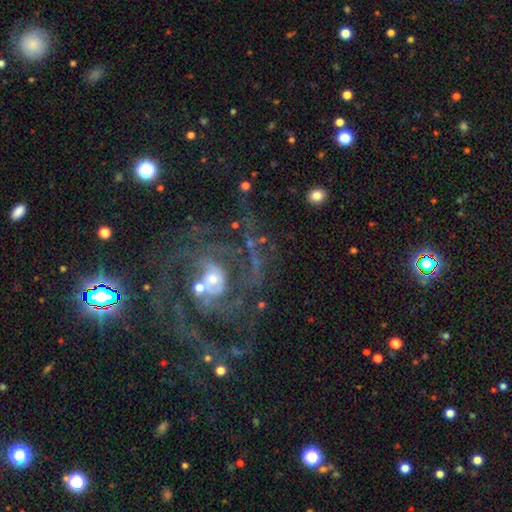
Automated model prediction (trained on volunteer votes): smooth_or_featured: featured or disk (p=0.79) [alt: star or artifact p=0.14]
disk_edge_on: no (p=0.97) [alt: yes p=0.03]
bar: no (p=0.45) [alt: weak p=0.38]
has_spiral_arms: yes (p=0.90) [alt: no p=0.10]
spiral_winding: tight (p=0.44) [alt: medium p=0.43]
spiral_arm_count: 2 (p=0.42) [alt: can't tell p=0.23]
bulge_size: small (p=0.47) [alt: moderate p=0.40]
merging: none (p=0.64) [alt: major disturbance p=0.15]